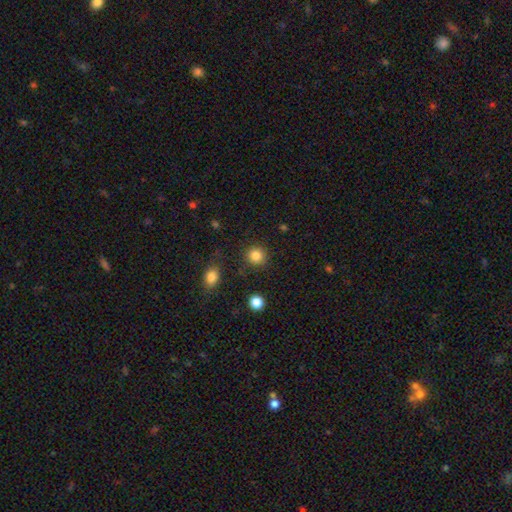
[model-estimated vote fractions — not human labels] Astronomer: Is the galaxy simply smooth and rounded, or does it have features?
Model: smooth — 85%.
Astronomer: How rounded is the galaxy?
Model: round — 91%.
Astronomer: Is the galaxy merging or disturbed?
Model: none — 86%.